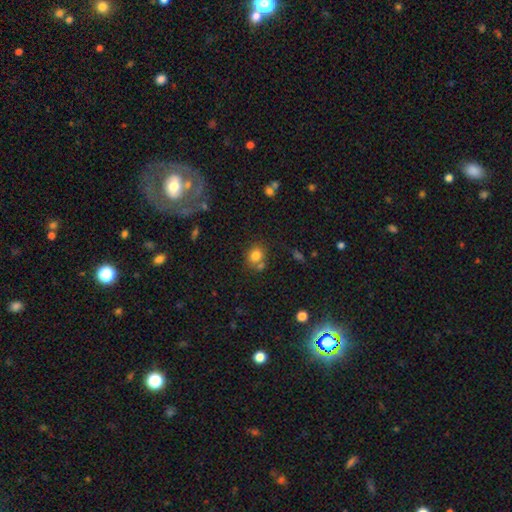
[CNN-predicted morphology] The model was most divided on "merging": none: 61%, merger: 21%, minor disturbance: 13%, major disturbance: 4%. More confident: smooth or featured — smooth (80%); how rounded — round (71%).